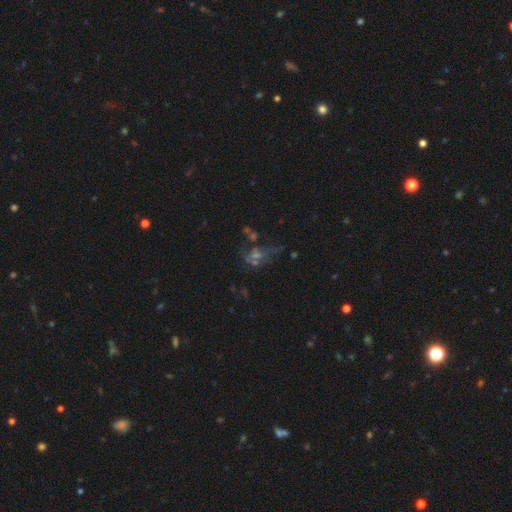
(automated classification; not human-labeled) Smooth or featured?
  - star or artifact: 39% *
  - featured or disk: 36%
  - smooth: 26%